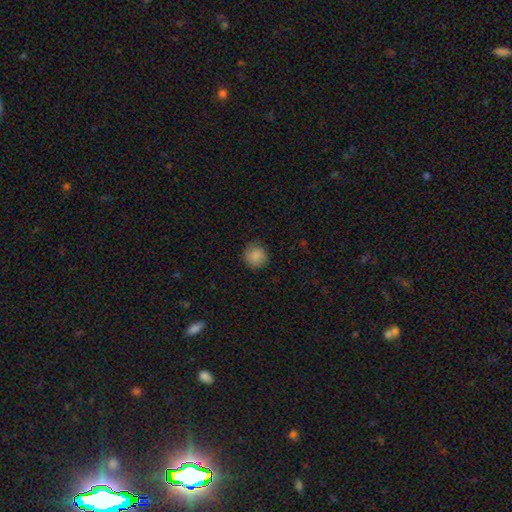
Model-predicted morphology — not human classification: type=smooth (87%); roundness=round (92%); merging=none (87%).